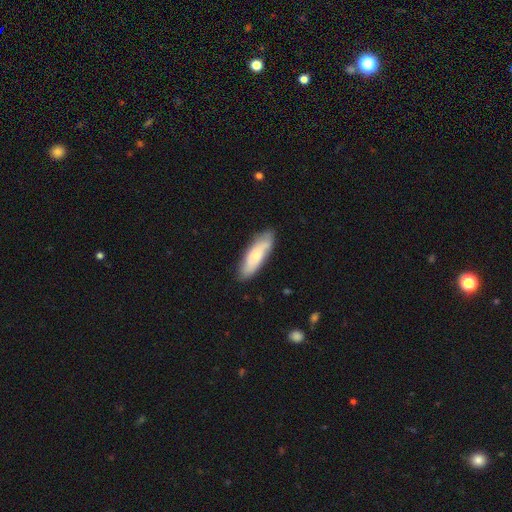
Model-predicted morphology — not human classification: smooth 62%, featured or disk 32%, star or artifact 6%. Down the decision tree: how rounded — in between (52%); merging — none (77%).